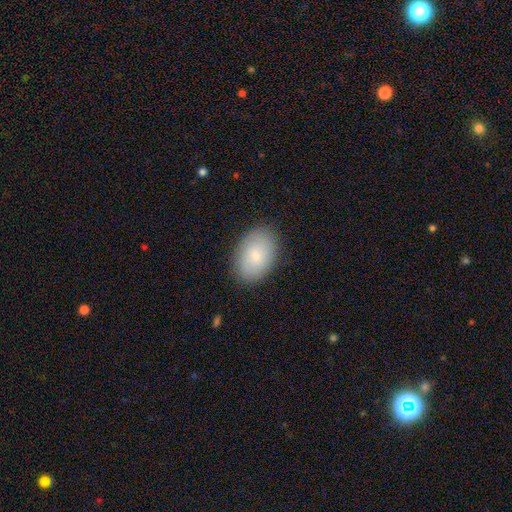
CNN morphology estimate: Overall: smooth (82%). How rounded: in between (88%). Merging: none (87%).